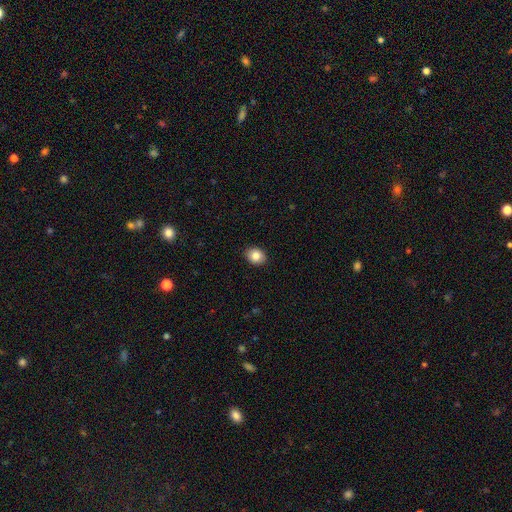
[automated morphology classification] Overall: smooth (84%). How rounded: in between (54%; round 46%). Merging: none (90%).